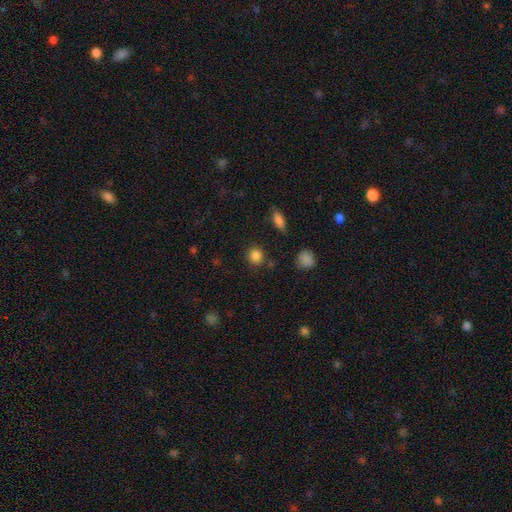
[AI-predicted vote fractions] The model was most divided on "how rounded": round: 83%, in between: 16%, cigar-shaped: 1%. More confident: merging — none (86%); smooth or featured — smooth (85%).